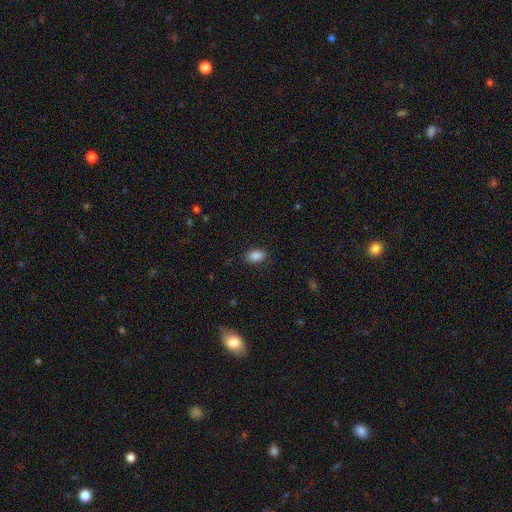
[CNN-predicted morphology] Smooth or featured? smooth (88%)
How rounded? in between (91%)
Merging? none (87%)